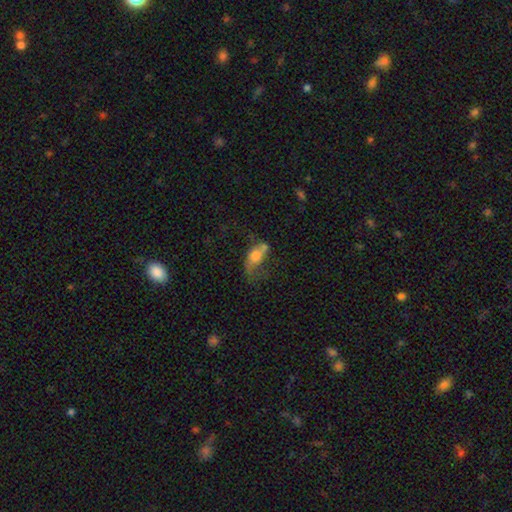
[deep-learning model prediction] Smooth or featured?
  - smooth: 47% *
  - featured or disk: 43%
  - star or artifact: 10%
Merging?
  - major disturbance: 37% *
  - none: 26%
  - minor disturbance: 21%
  - merger: 16%